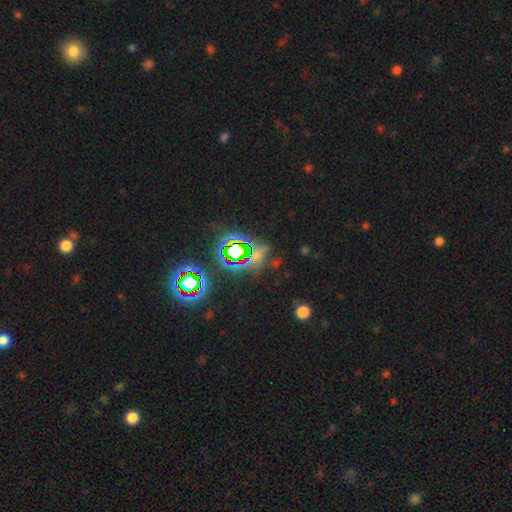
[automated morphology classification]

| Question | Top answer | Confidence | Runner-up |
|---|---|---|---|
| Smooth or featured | star or artifact | 75% | smooth (15%) |